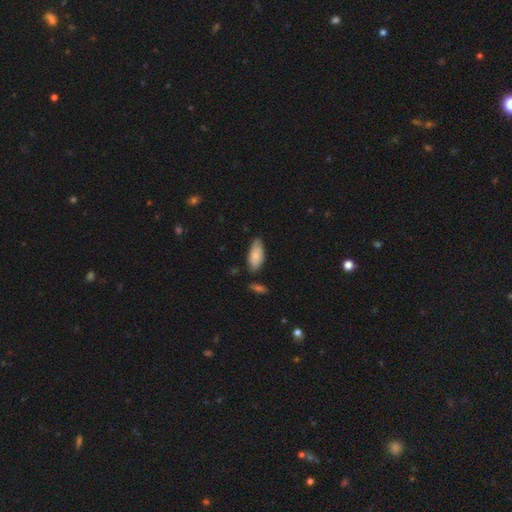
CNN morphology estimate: Smooth or featured?
  - smooth: 79% *
  - featured or disk: 16%
  - star or artifact: 6%
How rounded?
  - in between: 88% *
  - cigar-shaped: 10%
  - round: 2%
Merging?
  - none: 64% *
  - minor disturbance: 28%
  - major disturbance: 4%
  - merger: 4%